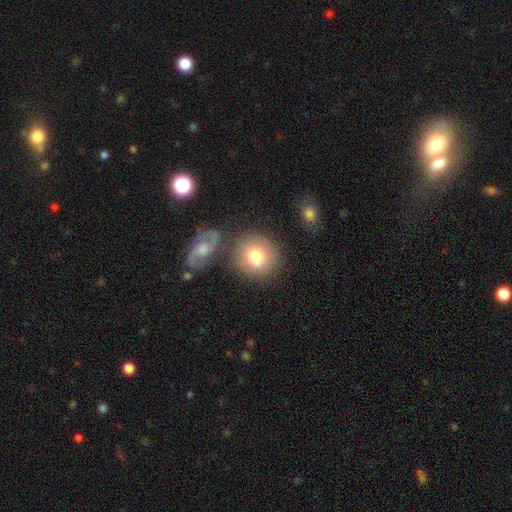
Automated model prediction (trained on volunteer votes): smooth 71%, featured or disk 21%, star or artifact 8%. Down the decision tree: how rounded — round (85%); merging — none (62%).